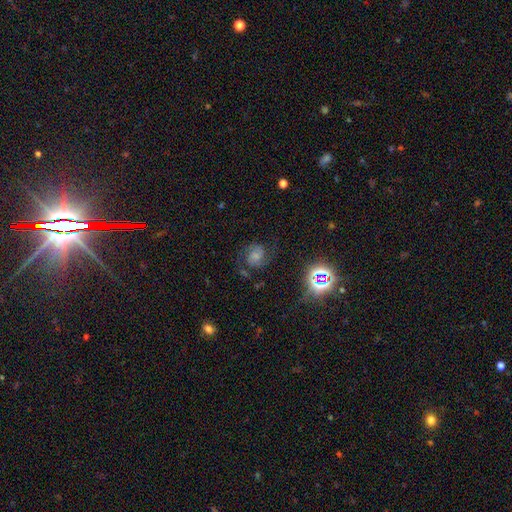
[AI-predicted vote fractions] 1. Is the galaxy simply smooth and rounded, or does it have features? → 57% featured or disk, 25% smooth, 18% star or artifact.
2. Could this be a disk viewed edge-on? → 97% no, 3% yes.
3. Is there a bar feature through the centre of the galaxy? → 59% no, 32% weak, 9% strong.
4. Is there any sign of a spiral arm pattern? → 91% yes, 9% no.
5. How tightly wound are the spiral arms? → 51% medium, 26% tight, 23% loose.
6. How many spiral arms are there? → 85% 2, 7% can't tell, 4% 1, 2% 3, 1% 4, 1% more than 4.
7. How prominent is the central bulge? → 39% small, 29% moderate, 21% none, 8% large, 3% dominant.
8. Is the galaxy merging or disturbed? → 68% none, 18% minor disturbance, 12% major disturbance, 2% merger.